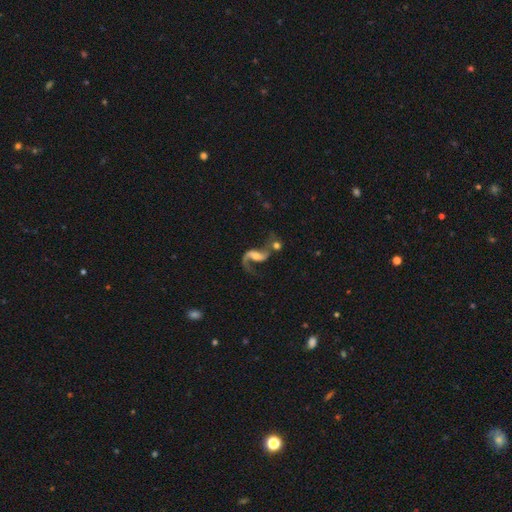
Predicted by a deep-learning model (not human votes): Morphology: type=featured or disk (84%); edge-on=no (96%); bar=weak (40%); spiral arms=yes (94%); winding=loose (82%); arm count=2 (80%); bulge=moderate (43%); merging=none (40%).